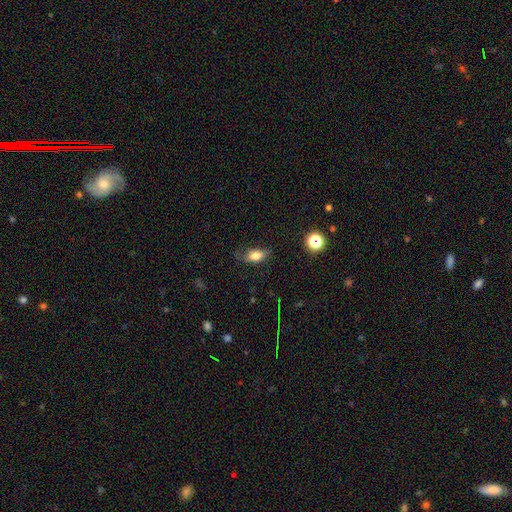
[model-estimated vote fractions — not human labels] smooth 73%, featured or disk 17%, star or artifact 10%. Down the decision tree: how rounded — in between (78%); merging — none (70%).